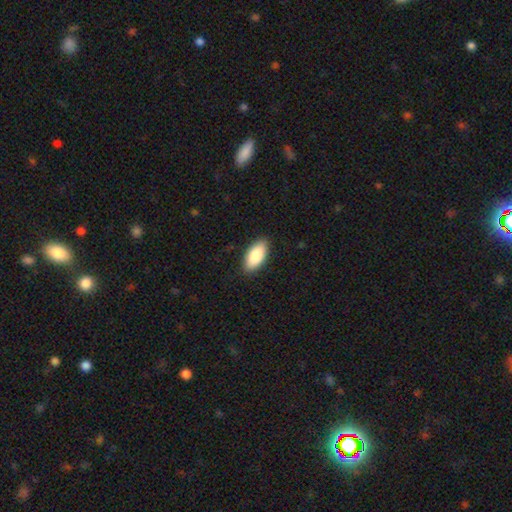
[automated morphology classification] Smooth or featured? Predicted: smooth (p=0.87). How rounded? Predicted: in between (p=0.92). Merging? Predicted: none (p=0.88).